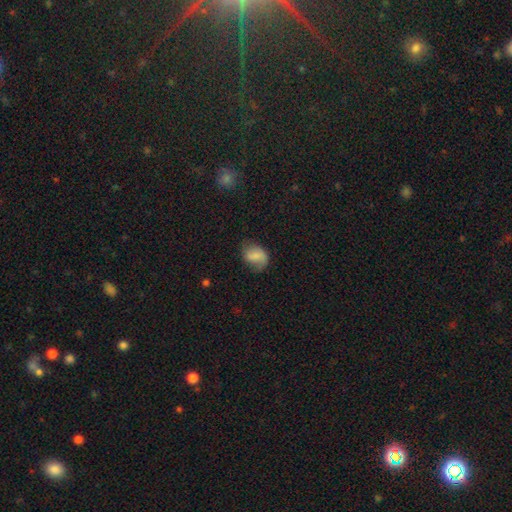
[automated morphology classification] smooth-or-featured: smooth: 66% | featured or disk: 26% | star or artifact: 9%
  how-rounded: in between: 66% | round: 33% | cigar-shaped: 1%
  merging: none: 53% | minor disturbance: 30% | major disturbance: 15% | merger: 2%